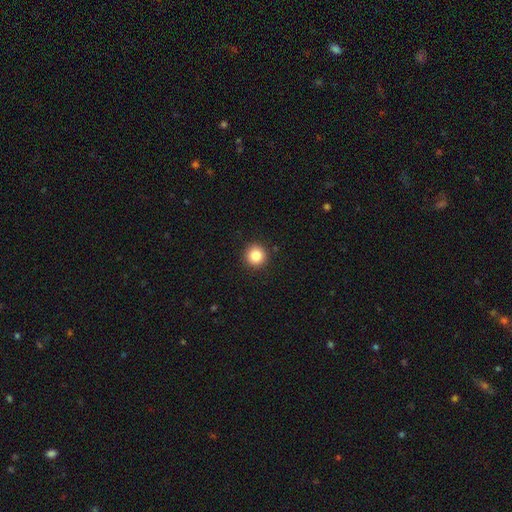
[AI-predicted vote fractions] Smooth or featured? Predicted: smooth (p=0.85). How rounded? Predicted: round (p=0.95). Merging? Predicted: none (p=0.92).